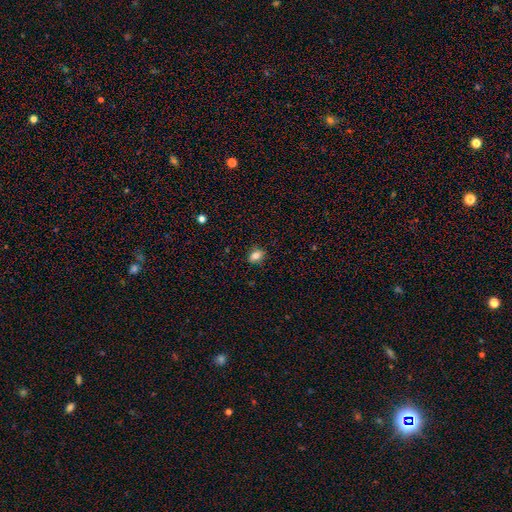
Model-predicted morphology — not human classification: Overall: smooth (78%). How rounded: in between (56%; round 42%). Merging: none (84%).